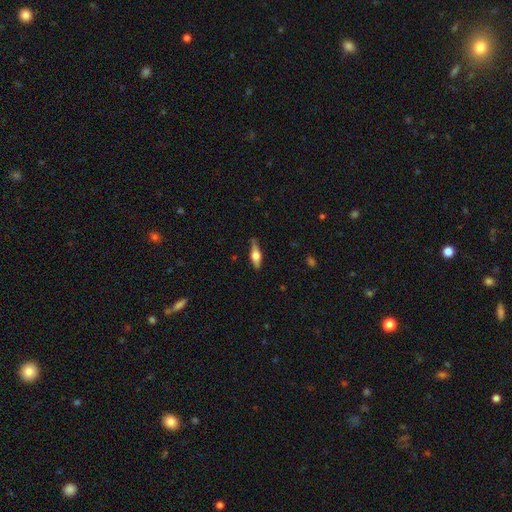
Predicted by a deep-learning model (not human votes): Q: Smooth or featured?
A: featured or disk (56%); runner-up: smooth (38%)
Q: Edge-on disk?
A: yes (94%); runner-up: no (6%)
Q: Edge-on bulge?
A: rounded (91%); runner-up: boxy (7%)
Q: Merging?
A: none (81%); runner-up: minor disturbance (15%)